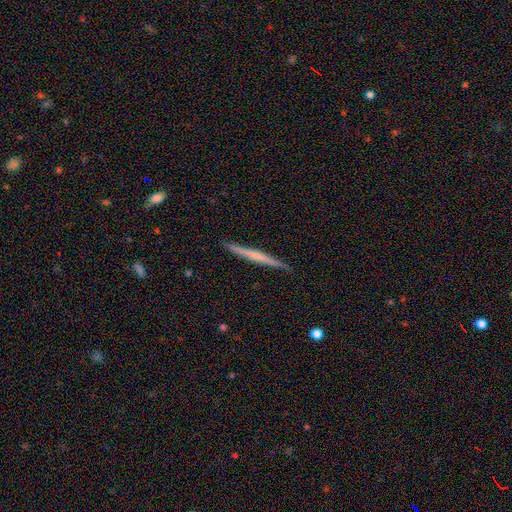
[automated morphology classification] This appears to be a featured or disk galaxy (54%) viewed edge-on (98%) with no central bulge (72%). Merging: none (90%).